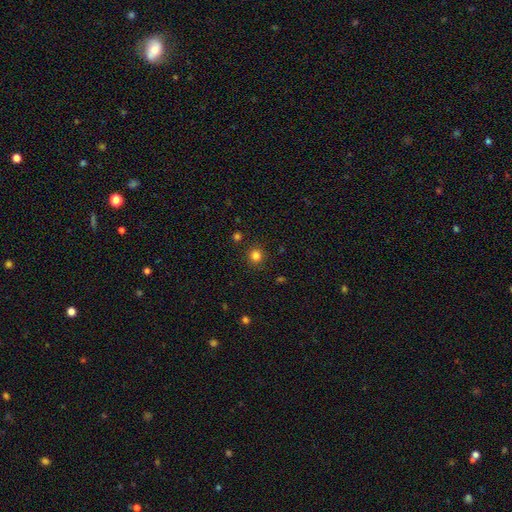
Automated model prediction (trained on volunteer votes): Smooth or featured?
  - smooth: 82% *
  - star or artifact: 14%
  - featured or disk: 4%
How rounded?
  - round: 92% *
  - in between: 7%
  - cigar-shaped: 1%
Merging?
  - none: 90% *
  - minor disturbance: 6%
  - major disturbance: 2%
  - merger: 2%